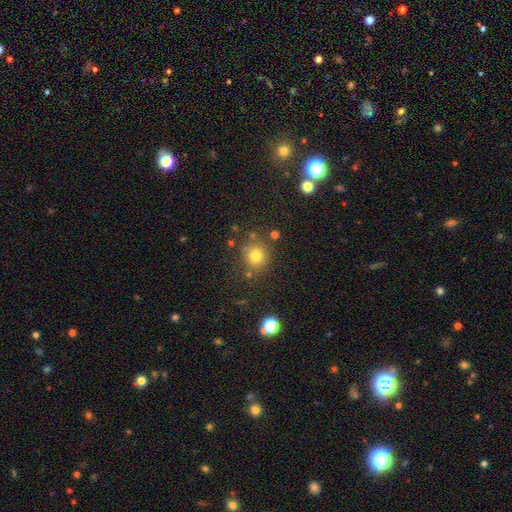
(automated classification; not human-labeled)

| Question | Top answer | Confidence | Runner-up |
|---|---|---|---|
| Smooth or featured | smooth | 76% | star or artifact (16%) |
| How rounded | round | 87% | in between (12%) |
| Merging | none | 78% | minor disturbance (11%) |